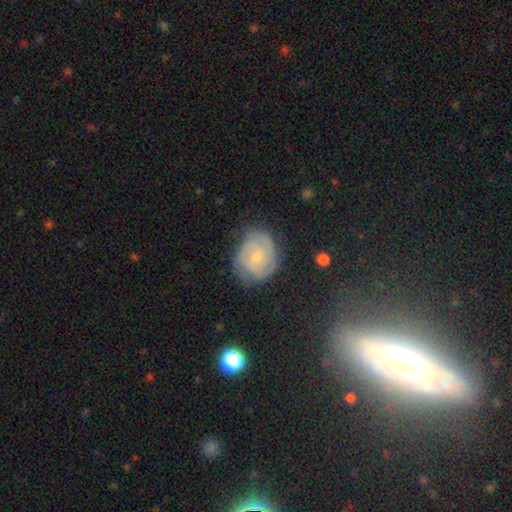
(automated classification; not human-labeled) This appears to be a featured or disk galaxy (77%) with no bar (65%), 2 (37%) tight (64%) spiral arms (94%) and a small central bulge (66%). Merging: none (72%).